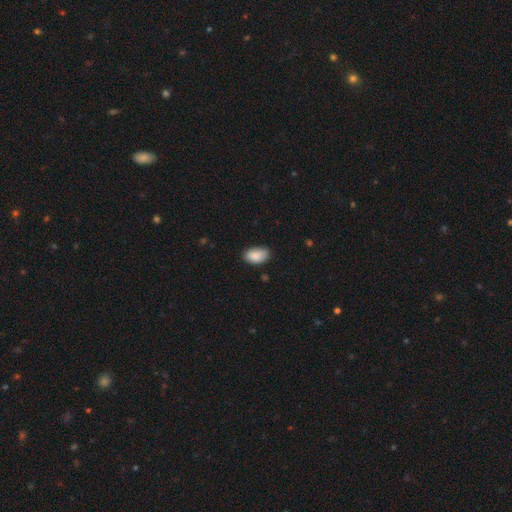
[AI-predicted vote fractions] Morphology: type=smooth (89%); roundness=in between (93%); merging=none (76%).